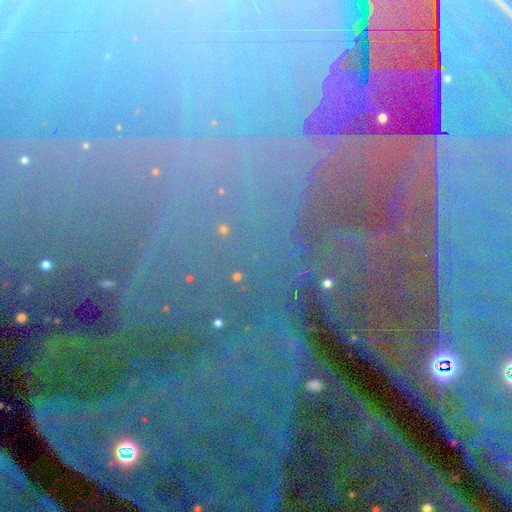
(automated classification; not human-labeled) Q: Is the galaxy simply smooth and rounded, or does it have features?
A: star or artifact — 85%.